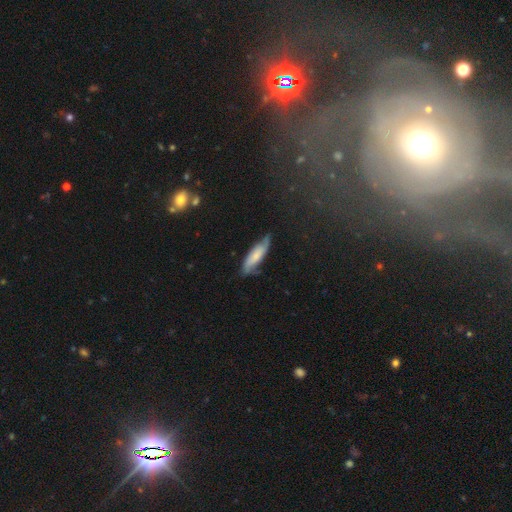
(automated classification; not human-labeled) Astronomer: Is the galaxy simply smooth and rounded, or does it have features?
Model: smooth — 48% (runner-up: featured or disk, 45%).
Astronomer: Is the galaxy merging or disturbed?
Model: none — 65%.